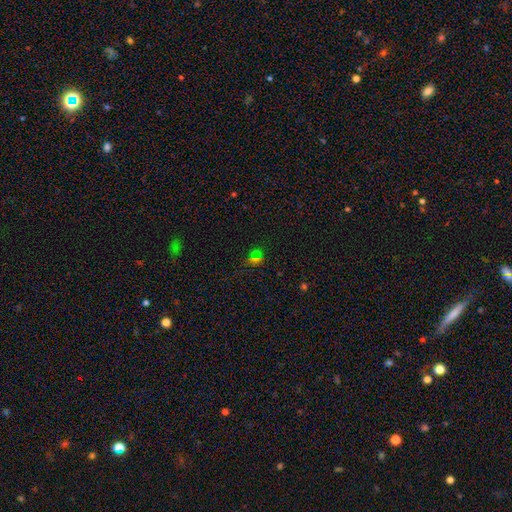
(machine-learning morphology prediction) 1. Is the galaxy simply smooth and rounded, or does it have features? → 50% star or artifact, 42% smooth, 8% featured or disk.